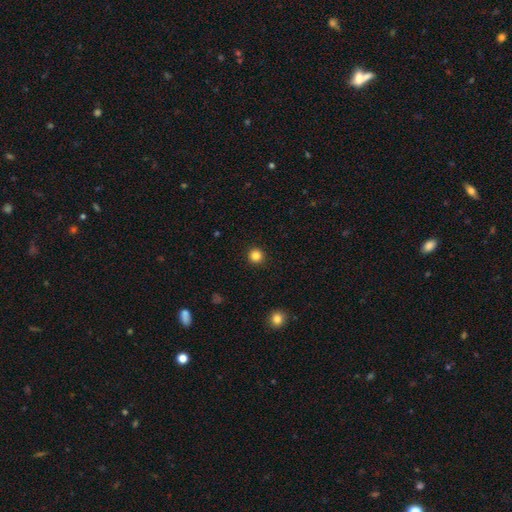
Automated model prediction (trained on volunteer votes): smooth 83%, star or artifact 12%, featured or disk 4%. Down the decision tree: how rounded — round (95%); merging — none (93%).